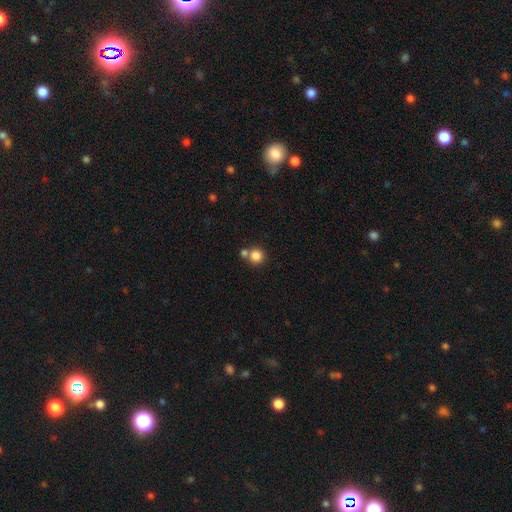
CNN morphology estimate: A smooth galaxy with no disk features (83%) that is round (92%). Merging: none (60%).